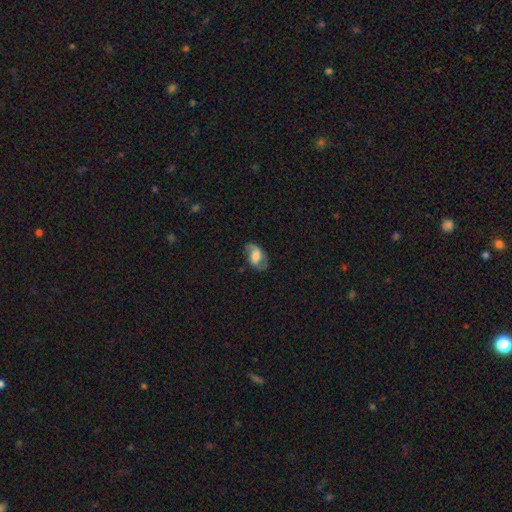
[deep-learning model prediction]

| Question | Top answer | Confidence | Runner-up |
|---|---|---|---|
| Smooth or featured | featured or disk | 54% | smooth (38%) |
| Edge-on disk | no | 95% | yes (5%) |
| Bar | weak | 41% | no (38%) |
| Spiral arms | yes | 78% | no (22%) |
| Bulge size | large | 40% | moderate (30%) |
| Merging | none | 67% | minor disturbance (21%) |